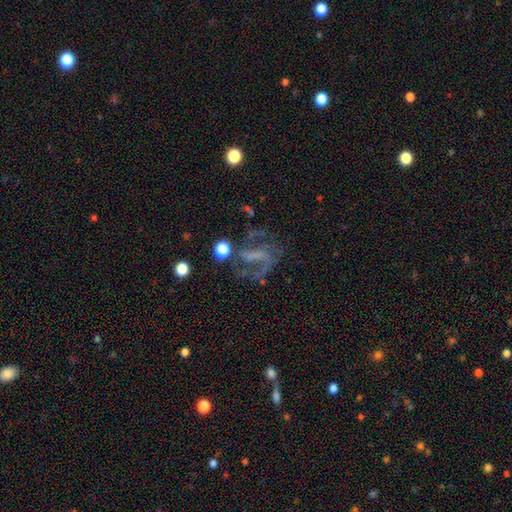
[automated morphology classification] smooth_or_featured: featured or disk (p=0.67) [alt: star or artifact p=0.18]
disk_edge_on: no (p=0.96) [alt: yes p=0.04]
bar: weak (p=0.36) [alt: strong p=0.34]
has_spiral_arms: yes (p=0.77) [alt: no p=0.23]
bulge_size: none (p=0.64) [alt: small p=0.20]
merging: none (p=0.47) [alt: major disturbance p=0.30]